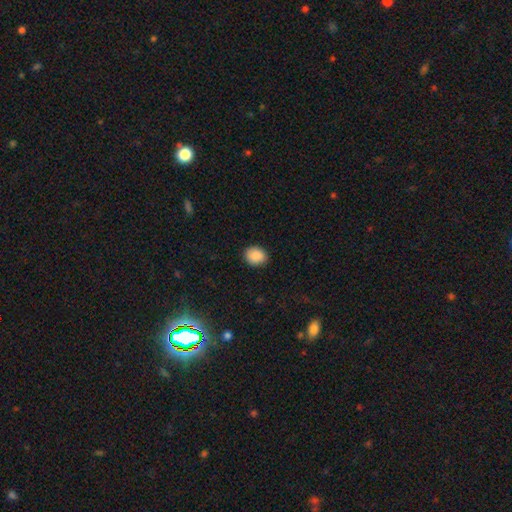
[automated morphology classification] Smooth or featured? Predicted: smooth (p=0.89). How rounded? Predicted: round (p=0.54). Merging? Predicted: none (p=0.89).